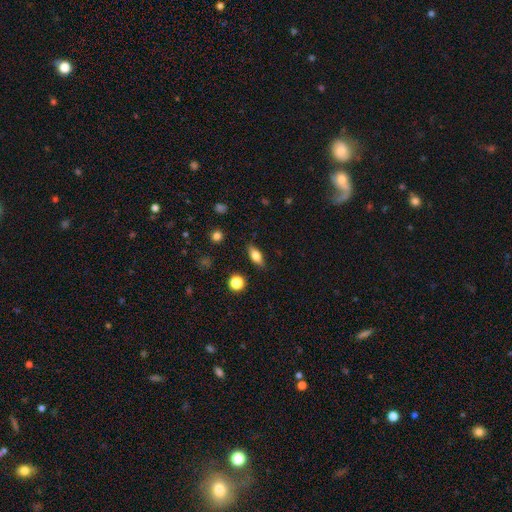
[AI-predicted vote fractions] A smooth galaxy with no disk features (69%) that is in between round and cigar-shaped (74%).

Vote fractions:
- Smooth or featured? smooth: 69% / featured or disk: 22% / star or artifact: 9%
- How rounded? in between: 74% / cigar-shaped: 19% / round: 7%
- Merging? none: 84% / minor disturbance: 12% / major disturbance: 3% / merger: 2%